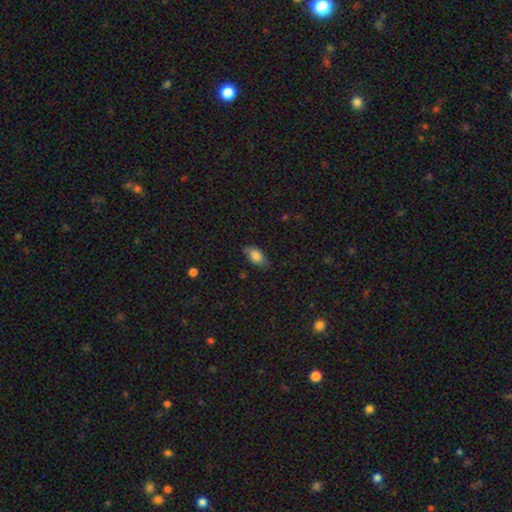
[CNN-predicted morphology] Smooth or featured?
  - smooth: 83% *
  - featured or disk: 10%
  - star or artifact: 8%
How rounded?
  - in between: 90% *
  - cigar-shaped: 5%
  - round: 5%
Merging?
  - none: 75% *
  - minor disturbance: 20%
  - major disturbance: 4%
  - merger: 1%